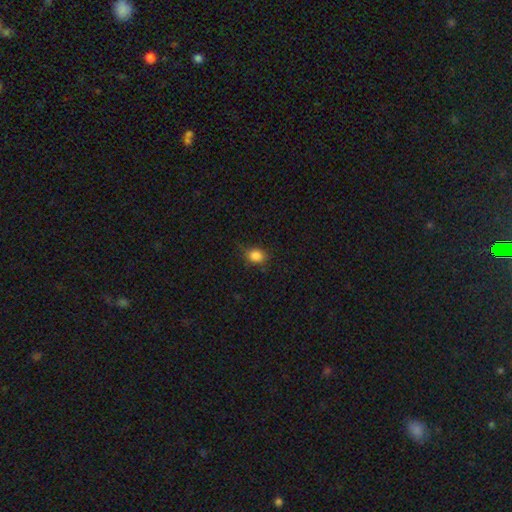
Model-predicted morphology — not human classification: smooth 85%, star or artifact 11%, featured or disk 4%. Down the decision tree: how rounded — round (50%); merging — none (76%).